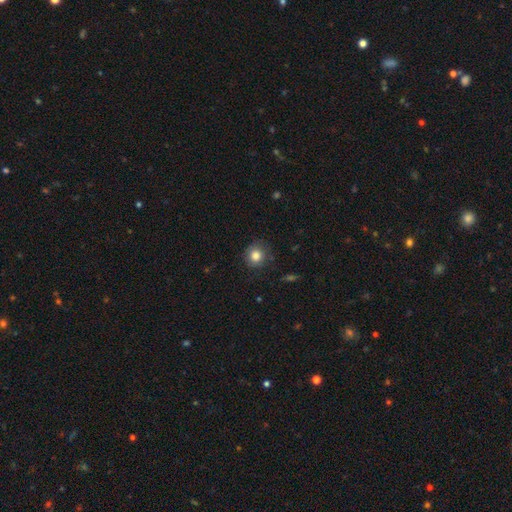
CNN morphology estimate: Smooth or featured? Predicted: smooth (p=0.83). How rounded? Predicted: round (p=0.84). Merging? Predicted: none (p=0.78).